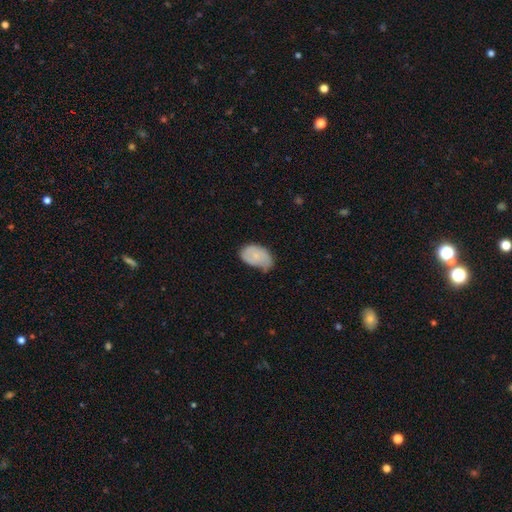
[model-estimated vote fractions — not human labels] A smooth galaxy with no disk features (68%) that is in between round and cigar-shaped (90%). Merging: minor disturbance (43%, tied with none).